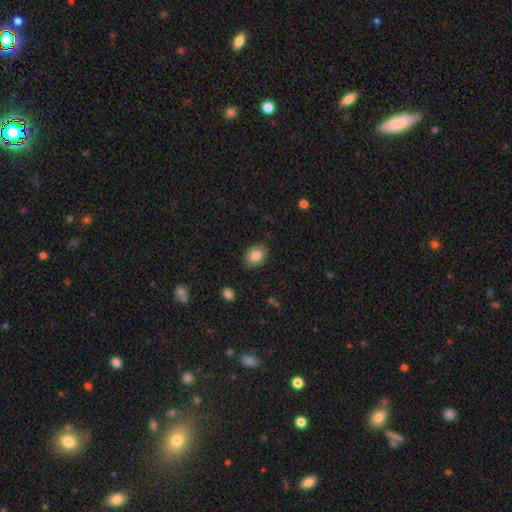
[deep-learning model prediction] Smooth or featured: smooth — 80% (featured or disk — 12%)
How rounded: in between — 57% (round — 43%)
Merging: none — 88% (minor disturbance — 9%)